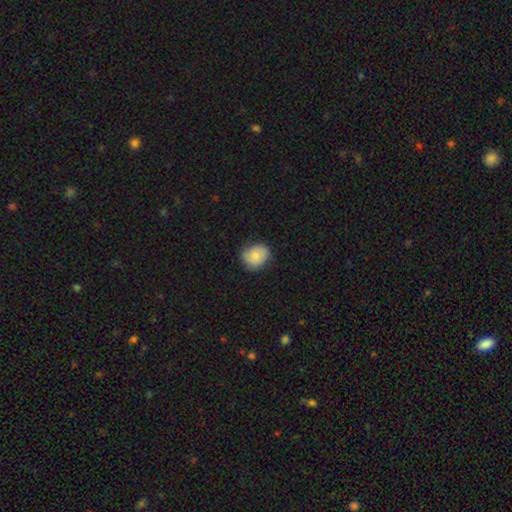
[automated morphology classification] Smooth or featured? Predicted: smooth (p=0.76). How rounded? Predicted: round (p=0.60). Merging? Predicted: none (p=0.73).